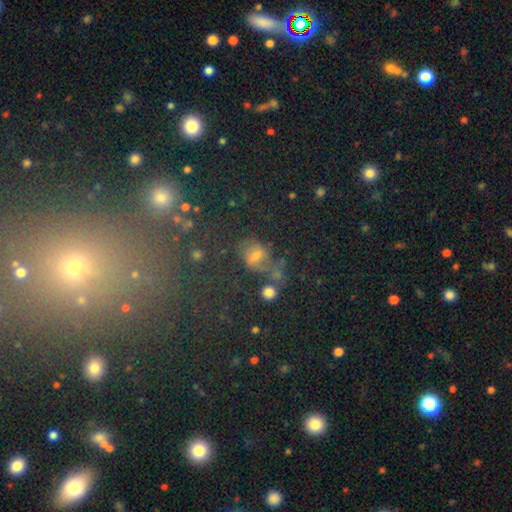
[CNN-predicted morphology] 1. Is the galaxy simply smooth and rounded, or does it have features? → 47% smooth, 29% star or artifact, 24% featured or disk.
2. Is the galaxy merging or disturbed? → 47% none, 19% minor disturbance, 17% major disturbance, 17% merger.